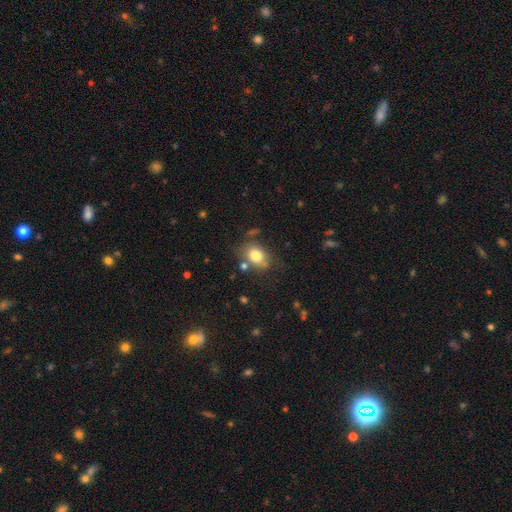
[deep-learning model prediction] Morphology: type=smooth (79%); roundness=in between (63%); merging=none (66%).